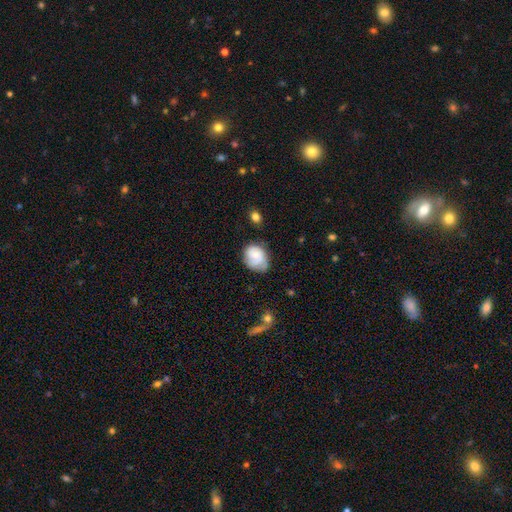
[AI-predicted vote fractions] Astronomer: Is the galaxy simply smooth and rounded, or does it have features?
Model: smooth — 55% (runner-up: featured or disk, 37%).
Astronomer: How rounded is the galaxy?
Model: in between — 54% (runner-up: round, 45%).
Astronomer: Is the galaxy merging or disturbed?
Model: none — 52% (runner-up: minor disturbance, 32%).